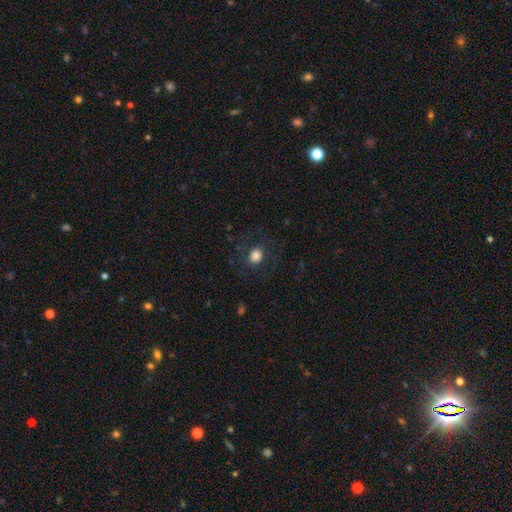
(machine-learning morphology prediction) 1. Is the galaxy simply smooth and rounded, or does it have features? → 75% smooth, 15% featured or disk, 10% star or artifact.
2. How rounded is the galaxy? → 66% round, 33% in between, 1% cigar-shaped.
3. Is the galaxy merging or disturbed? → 75% none, 13% minor disturbance, 11% major disturbance, 1% merger.